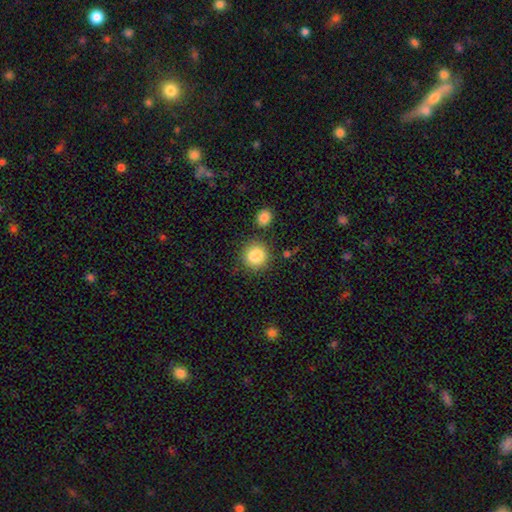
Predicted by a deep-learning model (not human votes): Smooth or featured? smooth (86%)
How rounded? round (90%)
Merging? none (81%)